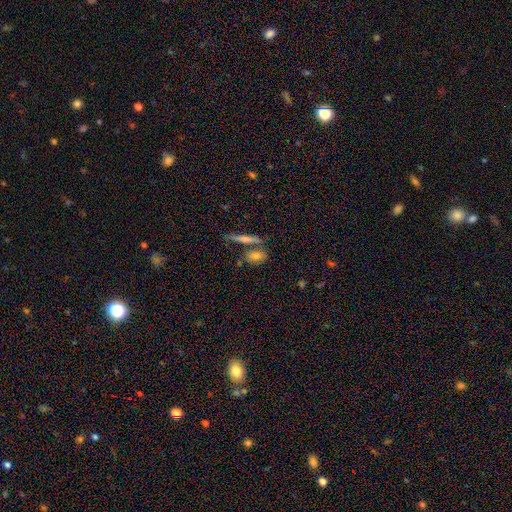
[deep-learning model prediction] smooth_or_featured: smooth (p=0.65) [alt: featured or disk p=0.25]
how_rounded: in between (p=0.66) [alt: cigar-shaped p=0.22]
merging: none (p=0.58) [alt: merger p=0.25]